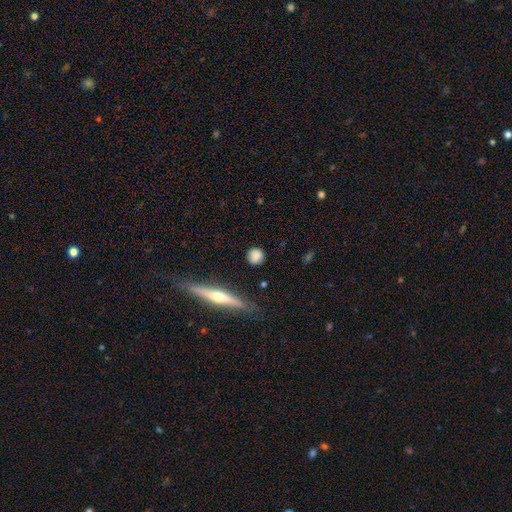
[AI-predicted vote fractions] A smooth galaxy with no disk features (80%) that is round (83%). Merging: none (85%).